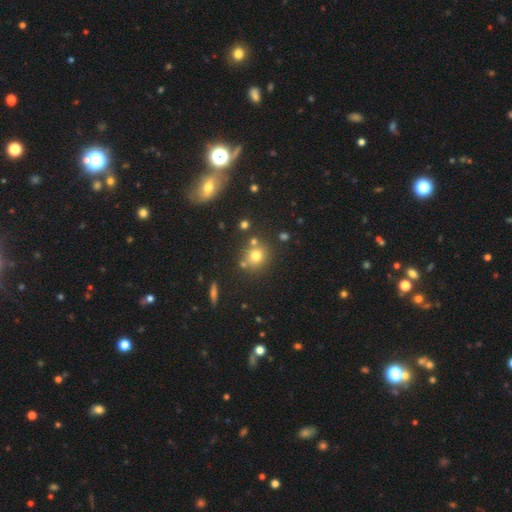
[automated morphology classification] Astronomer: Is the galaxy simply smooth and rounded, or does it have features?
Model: smooth — 73%.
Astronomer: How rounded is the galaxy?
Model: round — 80%.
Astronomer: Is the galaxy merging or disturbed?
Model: none — 69%.